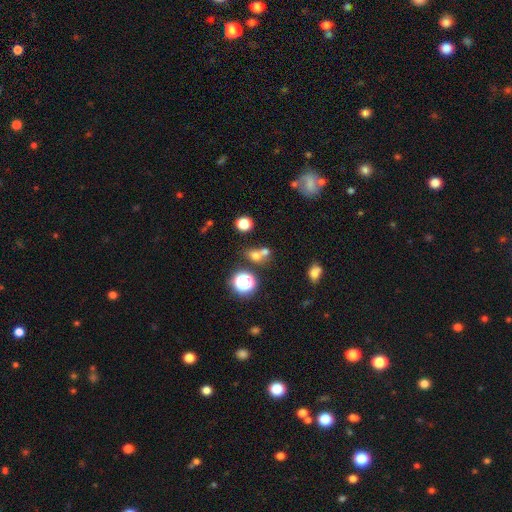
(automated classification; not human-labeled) The model was most divided on "merging": merger: 46%, none: 41%, minor disturbance: 8%, major disturbance: 5%. More confident: how rounded — round (67%); smooth or featured — smooth (64%).